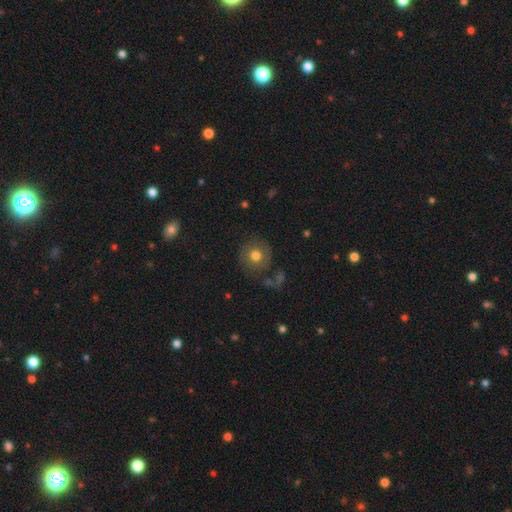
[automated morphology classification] A smooth galaxy with no disk features (65%) that is round (90%).

Vote fractions:
- Smooth or featured? smooth: 65% / featured or disk: 25% / star or artifact: 11%
- How rounded? round: 90% / in between: 10% / cigar-shaped: 1%
- Merging? none: 72% / minor disturbance: 15% / major disturbance: 9% / merger: 5%